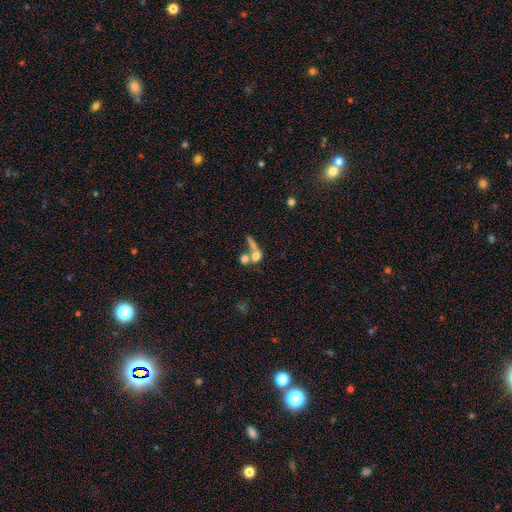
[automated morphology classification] The model was most divided on "how rounded": round: 55%, in between: 36%, cigar-shaped: 9%. More confident: smooth or featured — smooth (61%); merging — merger (57%).